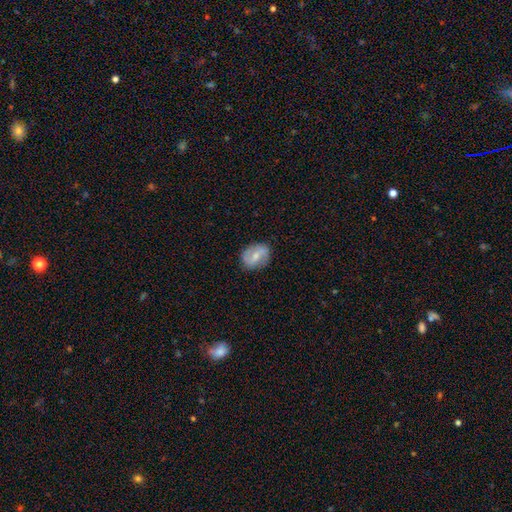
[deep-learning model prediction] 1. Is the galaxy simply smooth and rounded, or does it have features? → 62% featured or disk, 32% smooth, 6% star or artifact.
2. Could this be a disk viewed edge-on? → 97% no, 3% yes.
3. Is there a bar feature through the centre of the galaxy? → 49% weak, 27% strong, 25% no.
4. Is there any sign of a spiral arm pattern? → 85% yes, 15% no.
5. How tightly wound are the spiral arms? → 42% loose, 39% medium, 18% tight.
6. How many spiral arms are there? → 87% 2, 7% can't tell, 3% 1, 1% 3, 1% 4, 1% more than 4.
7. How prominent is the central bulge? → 48% small, 44% moderate, 5% none, 2% large, 1% dominant.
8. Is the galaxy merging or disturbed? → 80% none, 15% minor disturbance, 4% major disturbance, 1% merger.